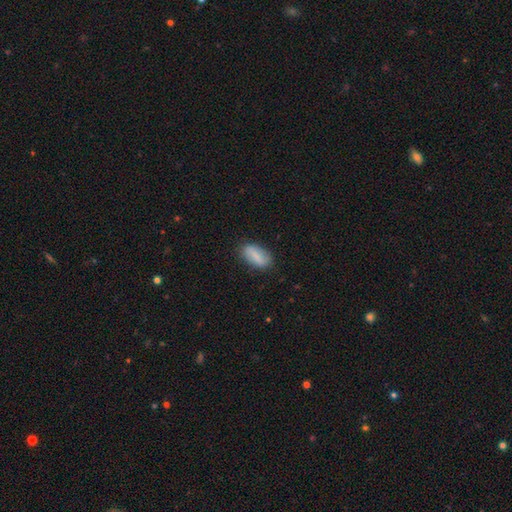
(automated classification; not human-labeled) Q: Smooth or featured?
A: smooth (77%); runner-up: featured or disk (16%)
Q: How rounded?
A: in between (88%); runner-up: cigar-shaped (8%)
Q: Merging?
A: none (83%); runner-up: minor disturbance (13%)